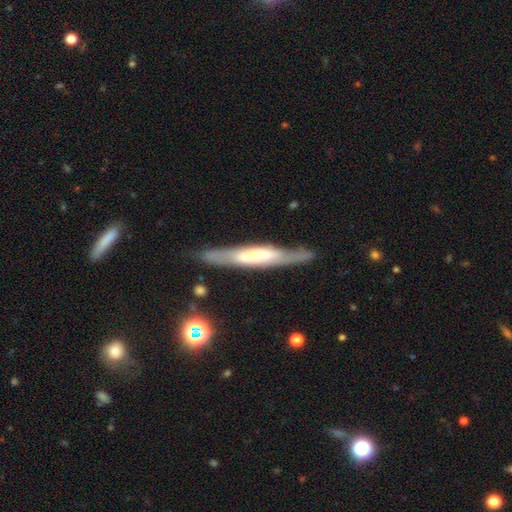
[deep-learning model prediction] This is likely a featured or disk galaxy (61%). It is likely viewed edge-on (79%). Merging: likely none (79%).